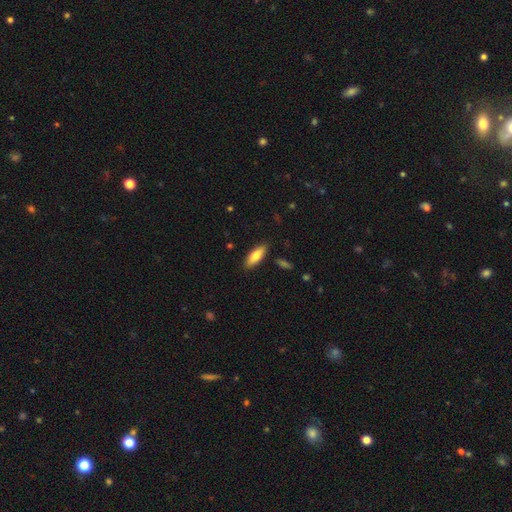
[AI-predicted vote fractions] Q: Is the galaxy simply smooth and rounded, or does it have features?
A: smooth — 73%.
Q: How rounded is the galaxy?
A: in between — 67%.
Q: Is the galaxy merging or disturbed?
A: none — 87%.